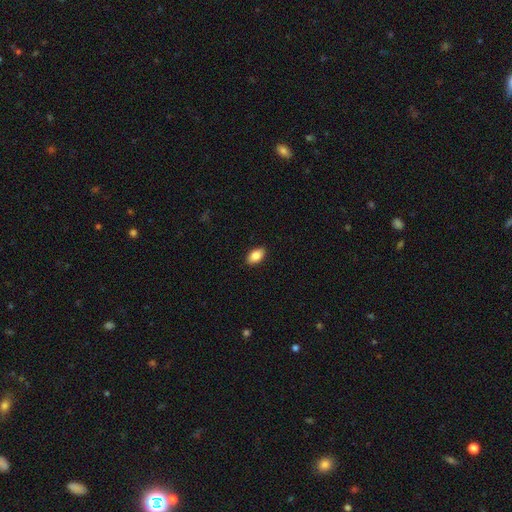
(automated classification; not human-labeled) Overall: smooth (86%). How rounded: in between (92%). Merging: none (90%).